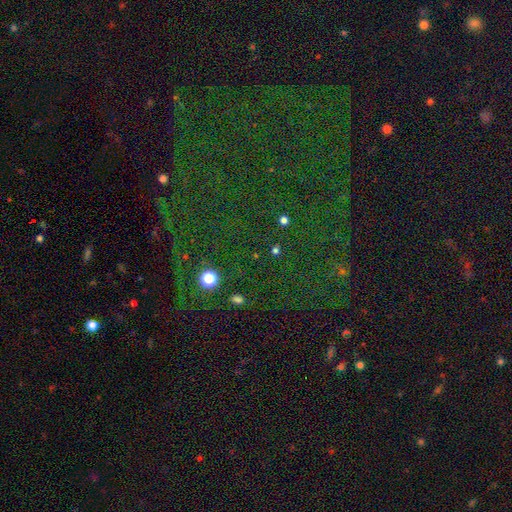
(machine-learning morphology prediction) A star or artifact, not a galaxy (82%).